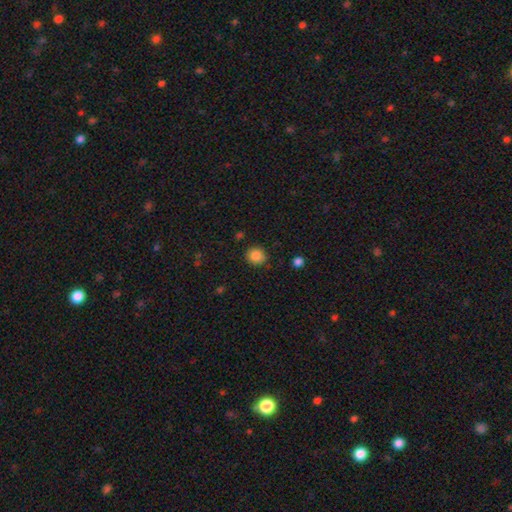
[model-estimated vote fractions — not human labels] A smooth galaxy with no disk features (85%) that is round (85%). Merging: none (86%).